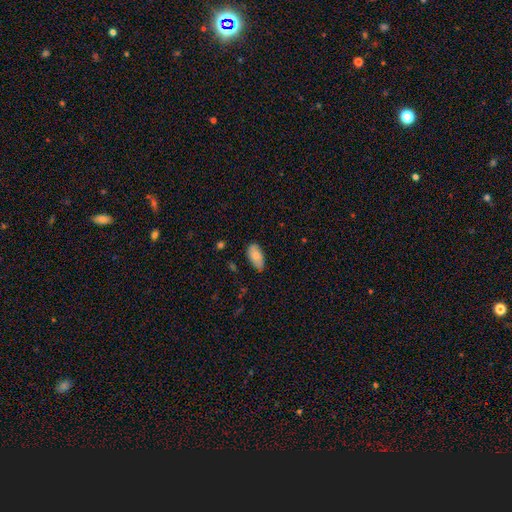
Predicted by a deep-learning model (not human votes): Smooth or featured: smooth — 81% (featured or disk — 12%)
How rounded: in between — 93% (cigar-shaped — 5%)
Merging: none — 75% (minor disturbance — 20%)